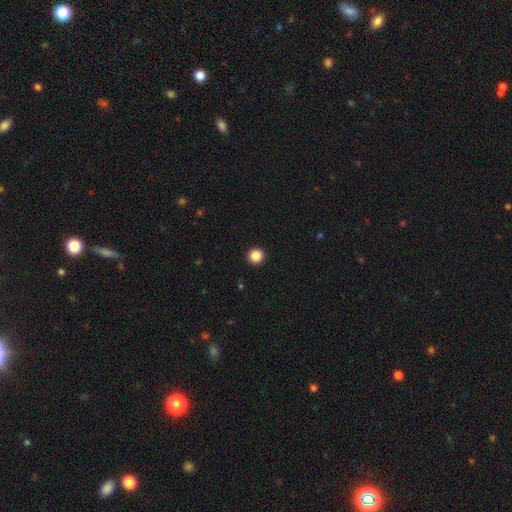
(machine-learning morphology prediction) Smooth or featured? smooth (87%)
How rounded? round (95%)
Merging? none (94%)